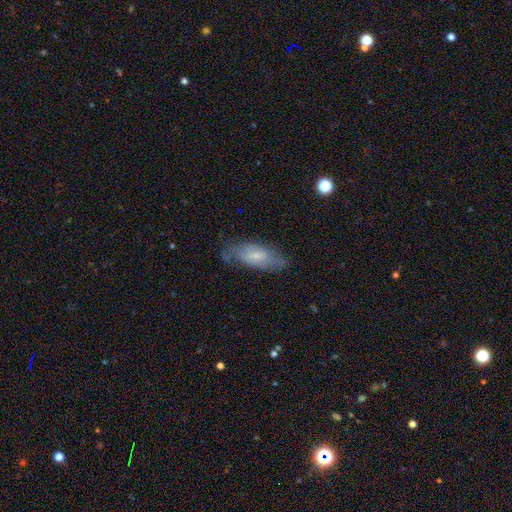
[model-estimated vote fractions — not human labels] Q: Smooth or featured?
A: featured or disk (47%); runner-up: smooth (45%)
Q: Merging?
A: none (63%); runner-up: minor disturbance (26%)